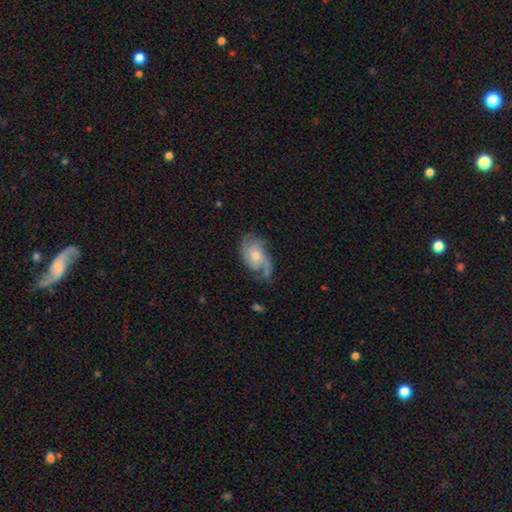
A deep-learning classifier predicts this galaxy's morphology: Overall: featured or disk (80%). Edge-on disk: no (97%). Bar: no (71%). Spiral arms: yes (95%). Spiral arm count: 2 (40%; 3 26%). Spiral winding: medium (44%; tight 33%). Bulge size: moderate (53%; small 42%). Merging: none (64%).